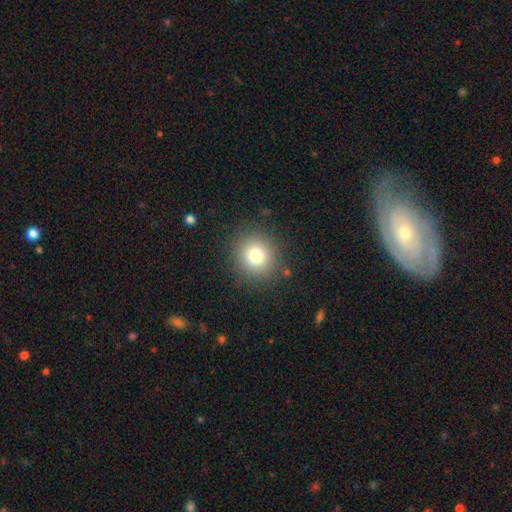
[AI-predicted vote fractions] A smooth galaxy with no disk features (77%) that is round (91%). Merging: none (88%).